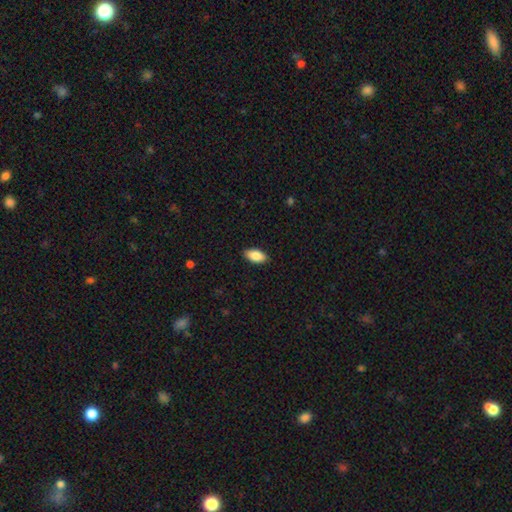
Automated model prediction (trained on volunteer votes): The model was most divided on "merging": none: 89%, minor disturbance: 8%, major disturbance: 2%, merger: 1%. More confident: how rounded — in between (93%); smooth or featured — smooth (87%).